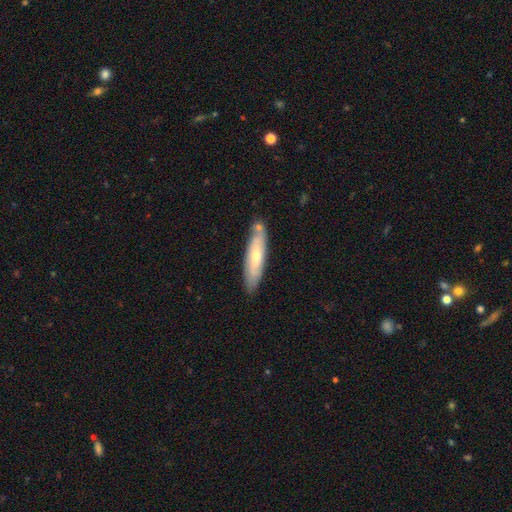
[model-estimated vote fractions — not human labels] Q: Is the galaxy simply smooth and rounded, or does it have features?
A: smooth — 52%.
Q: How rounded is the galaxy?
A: cigar-shaped — 70%.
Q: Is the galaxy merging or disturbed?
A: none — 74%.